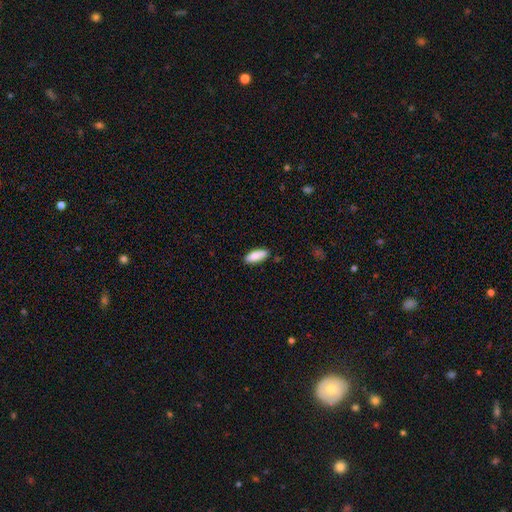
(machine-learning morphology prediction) Smooth or featured?
  - smooth: 86% *
  - featured or disk: 8%
  - star or artifact: 6%
How rounded?
  - in between: 73% *
  - cigar-shaped: 25%
  - round: 2%
Merging?
  - none: 84% *
  - minor disturbance: 12%
  - major disturbance: 2%
  - merger: 2%